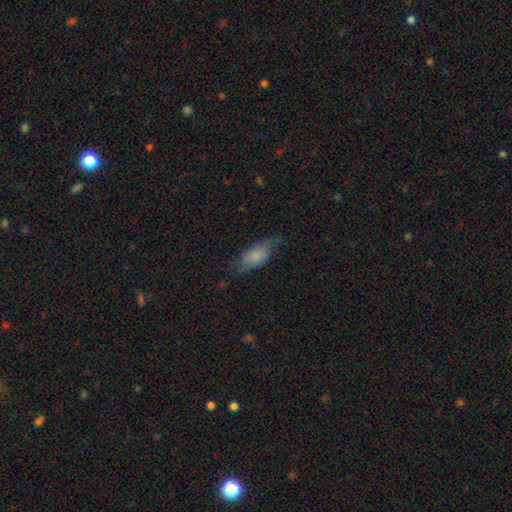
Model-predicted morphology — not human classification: smooth-or-featured: smooth: 64% | featured or disk: 28% | star or artifact: 8%
  how-rounded: in between: 80% | cigar-shaped: 16% | round: 3%
  merging: none: 59% | minor disturbance: 28% | major disturbance: 11% | merger: 2%